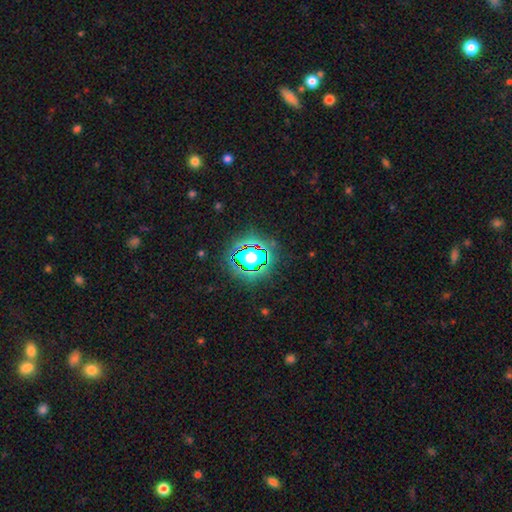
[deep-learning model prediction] smooth_or_featured: star or artifact (p=0.78) [alt: smooth p=0.14]